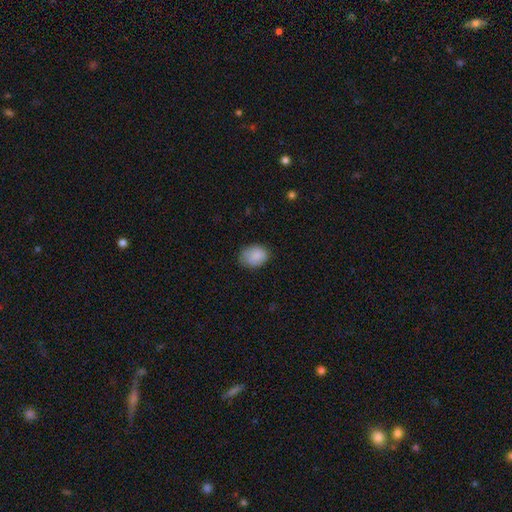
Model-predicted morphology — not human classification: This is clearly a smooth galaxy (85%). How rounded: likely in between (65%). Merging: likely none (67%).